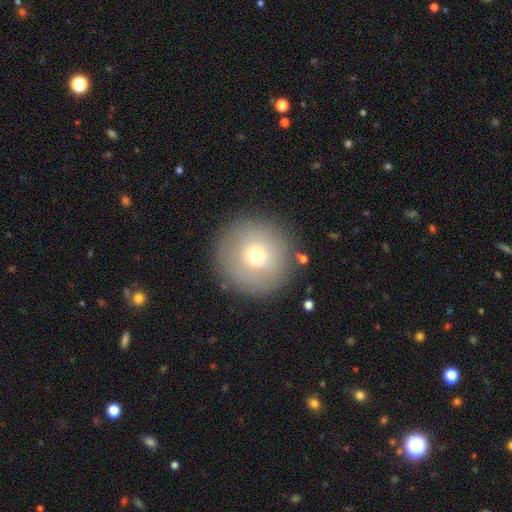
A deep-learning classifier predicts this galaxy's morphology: smooth 69%, featured or disk 19%, star or artifact 12%. Down the decision tree: how rounded — round (96%); merging — none (87%).